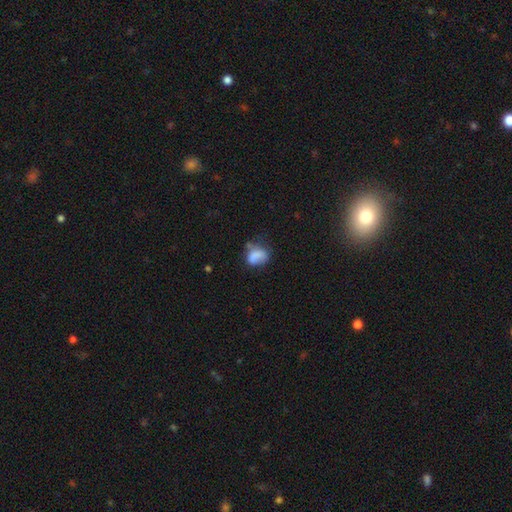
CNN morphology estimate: Q: Smooth or featured?
A: smooth (74%); runner-up: featured or disk (16%)
Q: How rounded?
A: in between (69%); runner-up: round (29%)
Q: Merging?
A: none (38%); runner-up: minor disturbance (31%)